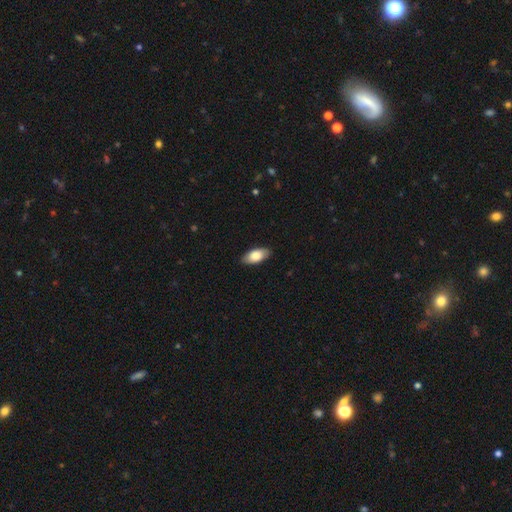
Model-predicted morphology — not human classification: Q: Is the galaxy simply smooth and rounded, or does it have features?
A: smooth — 81%.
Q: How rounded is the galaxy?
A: in between — 91%.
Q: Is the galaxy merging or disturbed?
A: none — 88%.